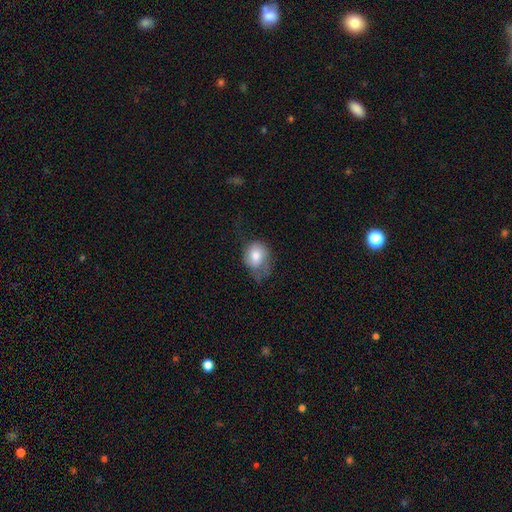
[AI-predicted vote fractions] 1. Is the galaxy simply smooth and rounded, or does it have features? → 74% smooth, 18% featured or disk, 8% star or artifact.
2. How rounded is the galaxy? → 50% in between, 49% round, 1% cigar-shaped.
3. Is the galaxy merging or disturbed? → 37% none, 34% minor disturbance, 27% major disturbance, 2% merger.